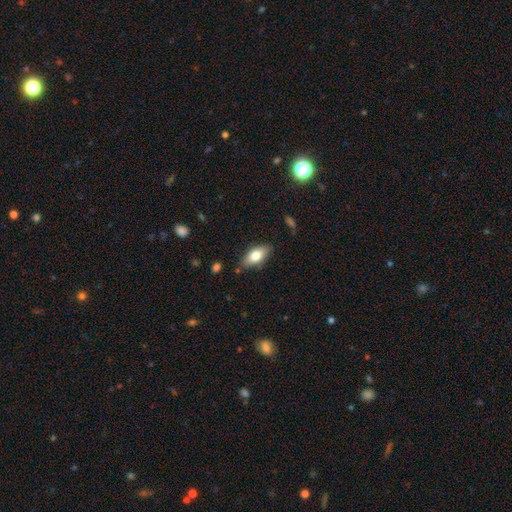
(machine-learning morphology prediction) A smooth galaxy with no disk features (76%) that is in between round and cigar-shaped (87%). Merging: none (81%).